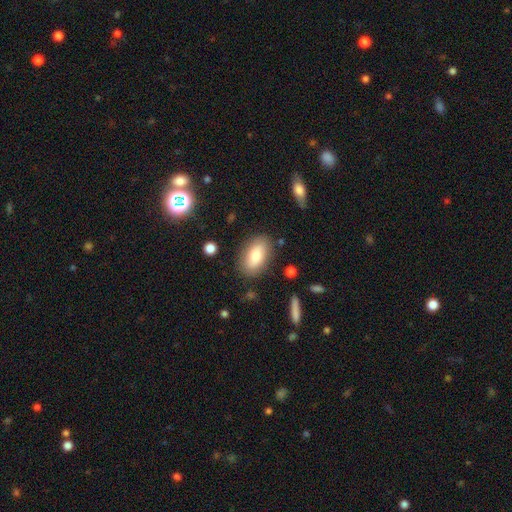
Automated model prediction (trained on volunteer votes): A smooth galaxy with no disk features (77%) that is in between round and cigar-shaped (91%). Merging: none (82%).